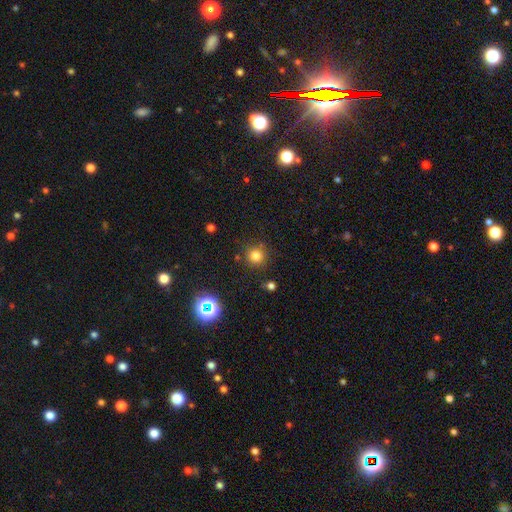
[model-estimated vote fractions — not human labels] Morphology: type=smooth (77%); roundness=round (94%); merging=none (84%).